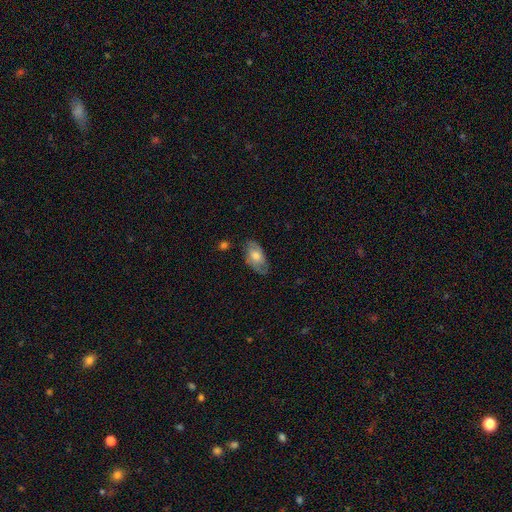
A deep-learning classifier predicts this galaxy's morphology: Smooth or featured: smooth — 48% (featured or disk — 45%)
Merging: none — 70% (minor disturbance — 22%)